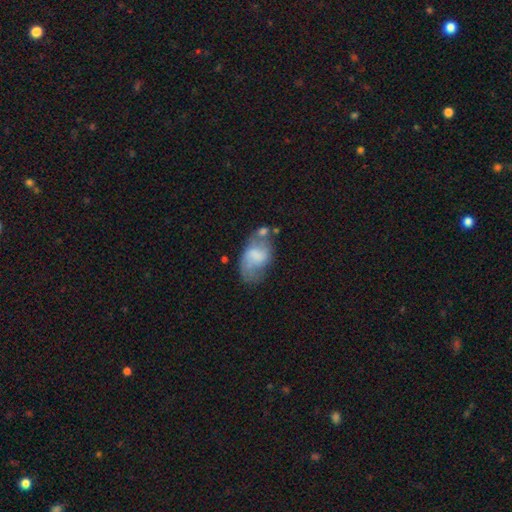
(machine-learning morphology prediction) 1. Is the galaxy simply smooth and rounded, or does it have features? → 51% smooth, 41% featured or disk, 8% star or artifact.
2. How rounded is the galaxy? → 90% in between, 8% round, 2% cigar-shaped.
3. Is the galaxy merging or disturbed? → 38% none, 29% minor disturbance, 20% major disturbance, 13% merger.